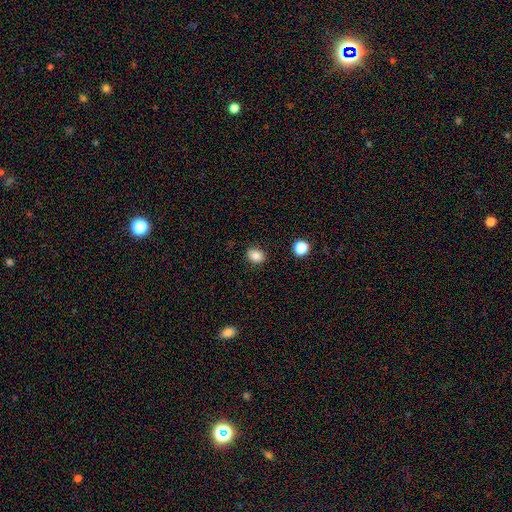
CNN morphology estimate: Q: Smooth or featured?
A: smooth (84%); runner-up: star or artifact (10%)
Q: How rounded?
A: in between (60%); runner-up: round (39%)
Q: Merging?
A: none (86%); runner-up: minor disturbance (10%)